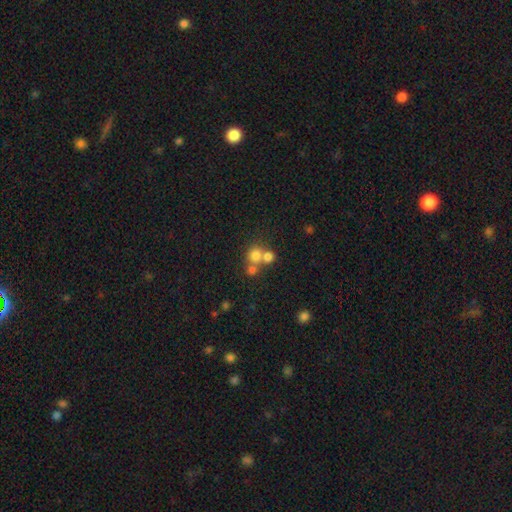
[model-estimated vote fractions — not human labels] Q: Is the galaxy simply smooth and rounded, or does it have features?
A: smooth — 73%.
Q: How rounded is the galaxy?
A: round — 85%.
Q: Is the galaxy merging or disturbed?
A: merger — 48%.